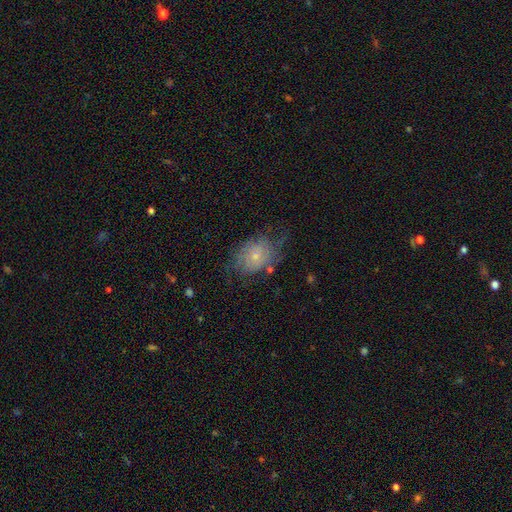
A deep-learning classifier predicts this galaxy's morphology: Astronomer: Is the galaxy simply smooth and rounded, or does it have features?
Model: smooth — 46% (runner-up: featured or disk, 45%).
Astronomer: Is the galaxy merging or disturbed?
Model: none — 51% (runner-up: minor disturbance, 27%).